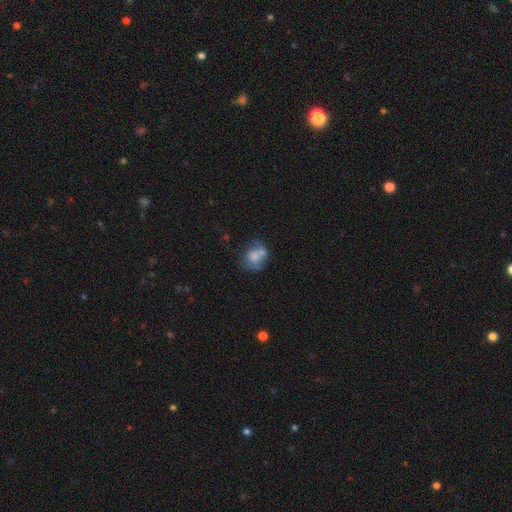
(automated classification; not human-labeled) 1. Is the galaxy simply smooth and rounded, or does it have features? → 61% smooth, 30% featured or disk, 9% star or artifact.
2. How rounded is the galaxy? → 59% round, 40% in between, 1% cigar-shaped.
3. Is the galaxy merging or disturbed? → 35% merger, 31% none, 19% minor disturbance, 15% major disturbance.